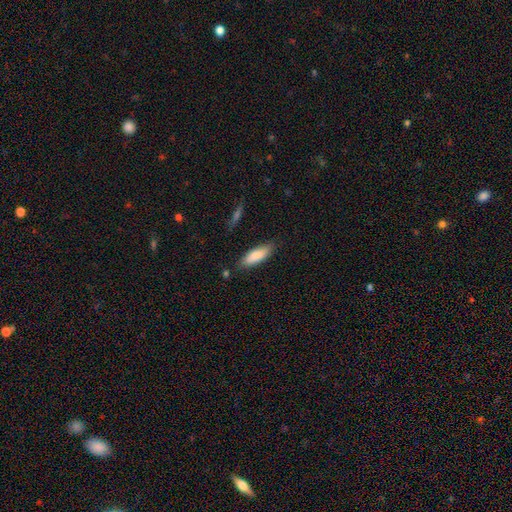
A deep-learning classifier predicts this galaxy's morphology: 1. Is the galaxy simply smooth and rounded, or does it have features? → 86% smooth, 8% featured or disk, 6% star or artifact.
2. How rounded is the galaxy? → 58% in between, 41% cigar-shaped, 2% round.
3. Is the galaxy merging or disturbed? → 80% none, 15% minor disturbance, 3% major disturbance, 3% merger.